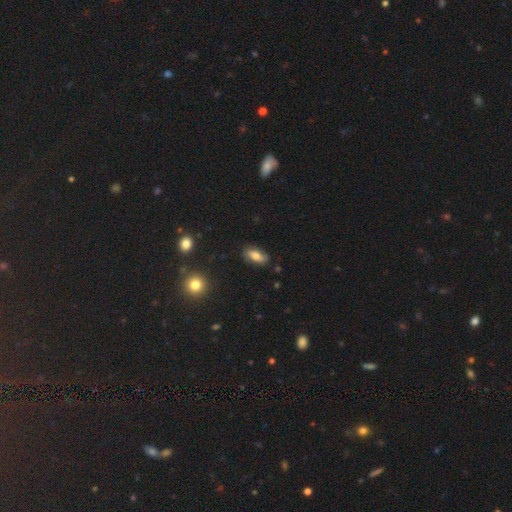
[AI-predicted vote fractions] A smooth galaxy with no disk features (65%) that is in between round and cigar-shaped (84%).

Vote fractions:
- Smooth or featured? smooth: 65% / featured or disk: 27% / star or artifact: 9%
- How rounded? in between: 84% / cigar-shaped: 12% / round: 4%
- Merging? none: 79% / minor disturbance: 16% / major disturbance: 3% / merger: 2%